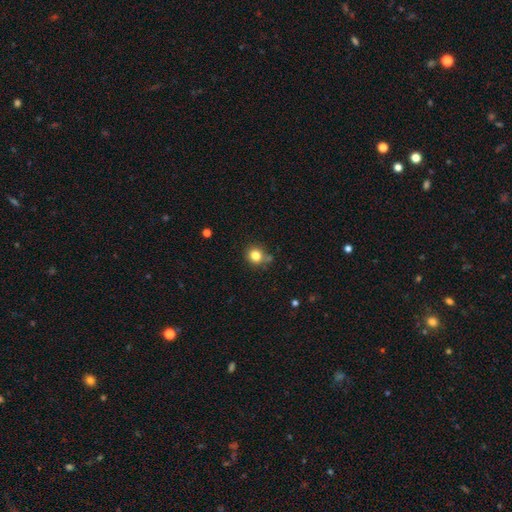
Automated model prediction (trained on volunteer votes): Overall: smooth (82%). How rounded: round (86%). Merging: none (74%).